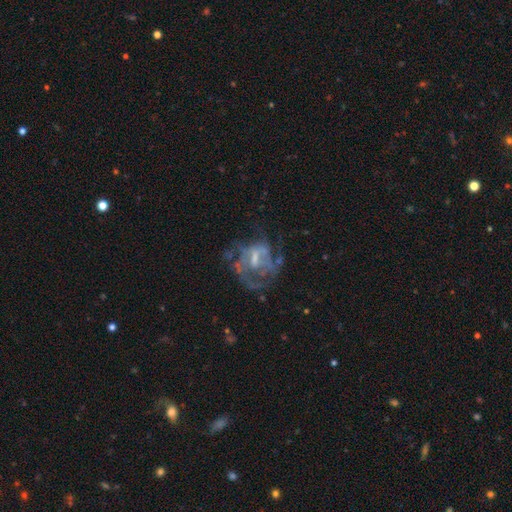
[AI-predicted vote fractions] Smooth or featured? Predicted: featured or disk (p=0.70). Edge-on disk? Predicted: no (p=0.97). Bar? Predicted: weak (p=0.44). Spiral arms? Predicted: yes (p=0.51). Bulge size? Predicted: small (p=0.37). Merging? Predicted: none (p=0.44).